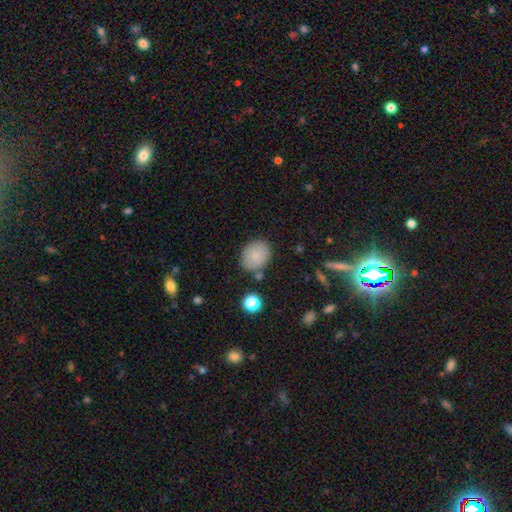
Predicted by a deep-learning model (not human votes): smooth_or_featured: smooth (p=0.84) [alt: star or artifact p=0.08]
how_rounded: round (p=0.56) [alt: in between p=0.43]
merging: none (p=0.78) [alt: minor disturbance p=0.13]